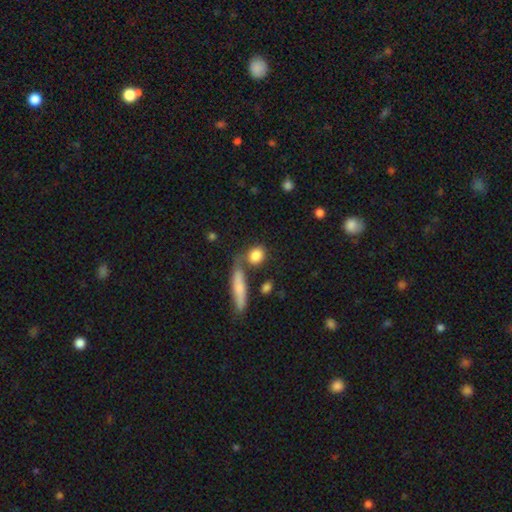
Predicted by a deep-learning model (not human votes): smooth_or_featured: smooth (p=0.82) [alt: featured or disk p=0.10]
how_rounded: round (p=0.53) [alt: in between p=0.38]
merging: none (p=0.56) [alt: merger p=0.25]